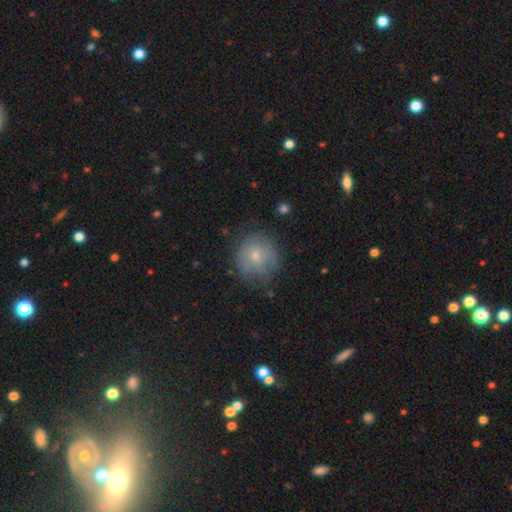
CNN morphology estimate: smooth-or-featured: smooth: 62% | featured or disk: 29% | star or artifact: 9%
  how-rounded: round: 90% | in between: 9% | cigar-shaped: 1%
  merging: none: 67% | minor disturbance: 22% | major disturbance: 9% | merger: 2%